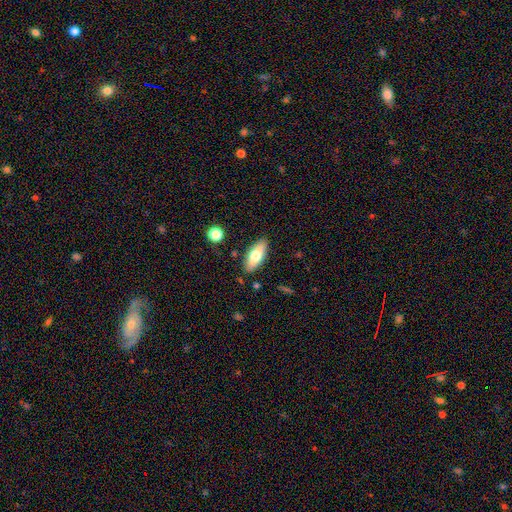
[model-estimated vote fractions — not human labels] Overall: smooth (70%). How rounded: in between (76%). Merging: none (86%).